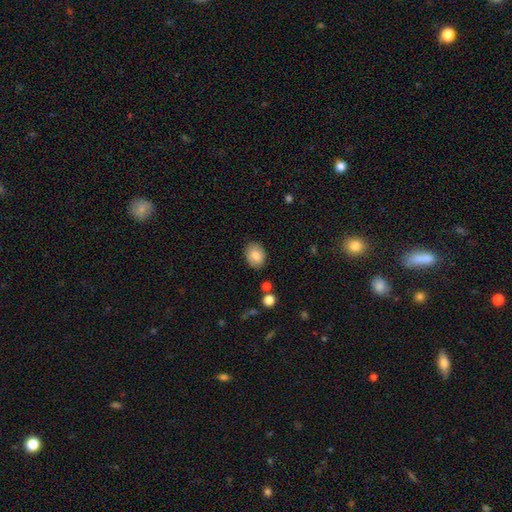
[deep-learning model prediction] smooth 79%, featured or disk 13%, star or artifact 8%. Down the decision tree: how rounded — in between (67%); merging — none (84%).